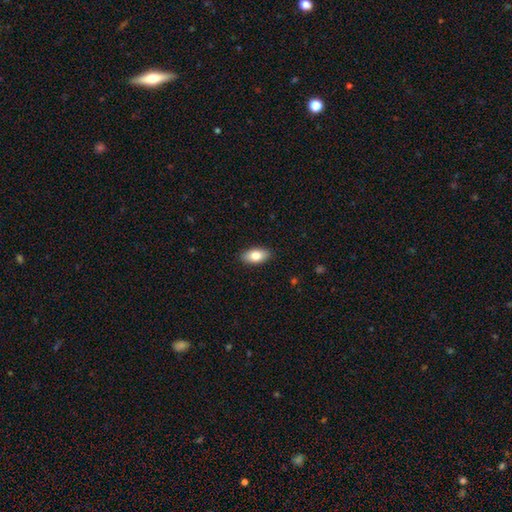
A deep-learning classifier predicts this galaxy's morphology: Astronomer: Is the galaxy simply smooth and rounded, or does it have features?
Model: smooth — 80%.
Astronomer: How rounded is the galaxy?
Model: in between — 92%.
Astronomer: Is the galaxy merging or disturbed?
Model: none — 89%.